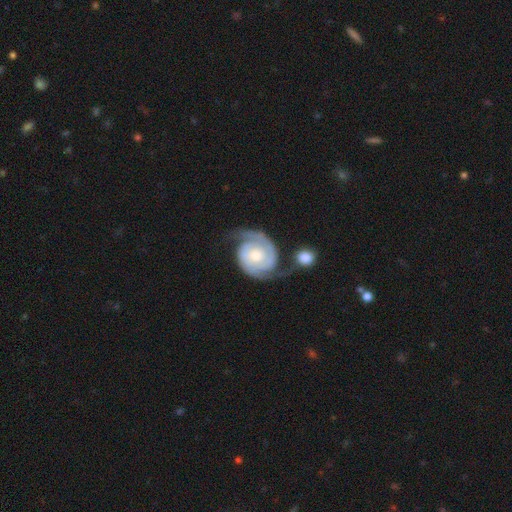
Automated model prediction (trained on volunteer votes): smooth-or-featured: featured or disk: 89% | smooth: 7% | star or artifact: 4%
  disk-edge-on: no: 98% | yes: 2%
    bar: no: 70% | weak: 24% | strong: 6%
    has-spiral-arms: yes: 98% | no: 2%
      spiral-winding: tight: 54% | medium: 34% | loose: 12%
      spiral-arm-count: 2: 88% | can't tell: 4% | 1: 3% | 3: 2% | 4: 1% | more than 4: 1%
    bulge-size: moderate: 55% | small: 36% | large: 5% | none: 2% | dominant: 1%
  merging: none: 59% | minor disturbance: 19% | major disturbance: 13% | merger: 10%